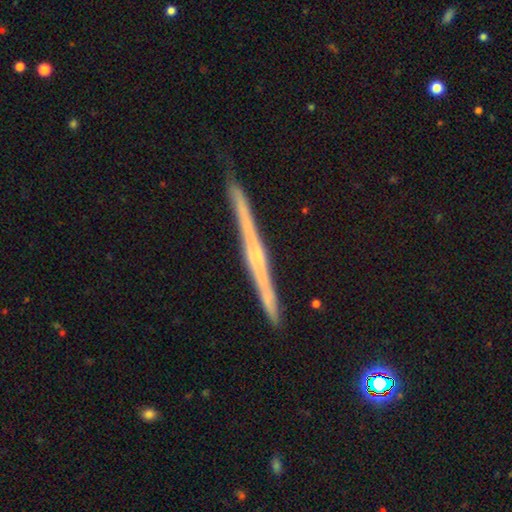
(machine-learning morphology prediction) Q: Smooth or featured?
A: featured or disk (78%); runner-up: smooth (16%)
Q: Edge-on disk?
A: yes (98%); runner-up: no (2%)
Q: Edge-on bulge?
A: rounded (52%); runner-up: none (40%)
Q: Merging?
A: none (90%); runner-up: minor disturbance (8%)